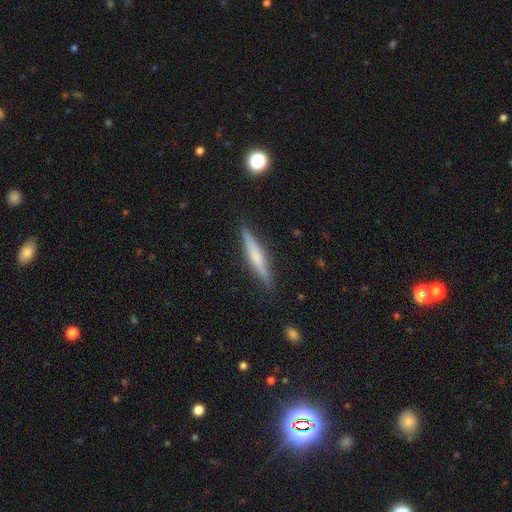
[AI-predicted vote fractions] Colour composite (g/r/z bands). It shows a featured or disk galaxy (48%). Merging: none (89%).